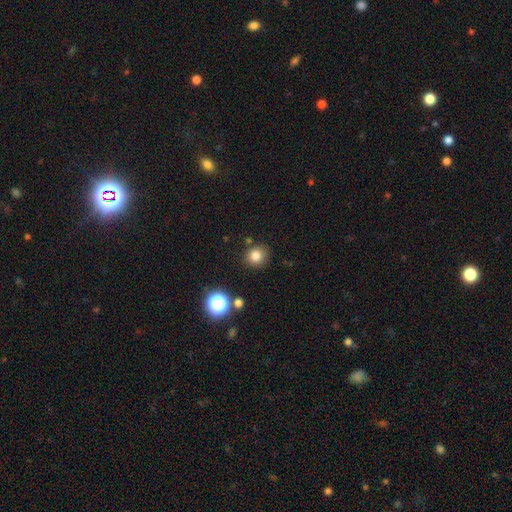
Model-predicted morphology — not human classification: type=smooth (80%); roundness=round (85%); merging=none (84%).